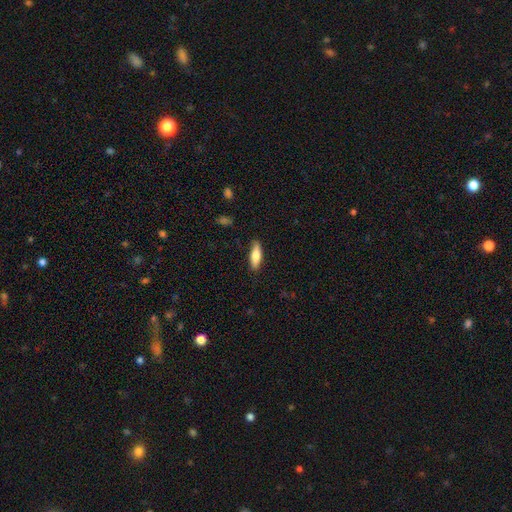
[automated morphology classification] The model was most divided on "how rounded": in between: 50%, cigar-shaped: 48%, round: 2%. More confident: merging — none (85%); smooth or featured — smooth (73%).